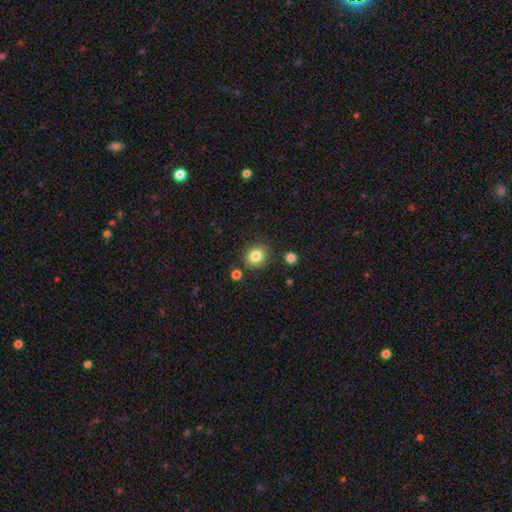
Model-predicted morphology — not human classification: smooth_or_featured: smooth (p=0.83) [alt: star or artifact p=0.11]
how_rounded: round (p=0.80) [alt: in between p=0.19]
merging: none (p=0.84) [alt: minor disturbance p=0.09]